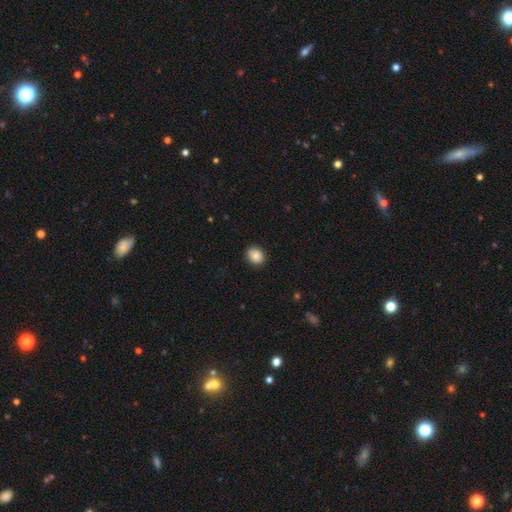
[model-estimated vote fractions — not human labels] Overall: smooth (85%). How rounded: round (59%; in between 40%). Merging: none (89%).